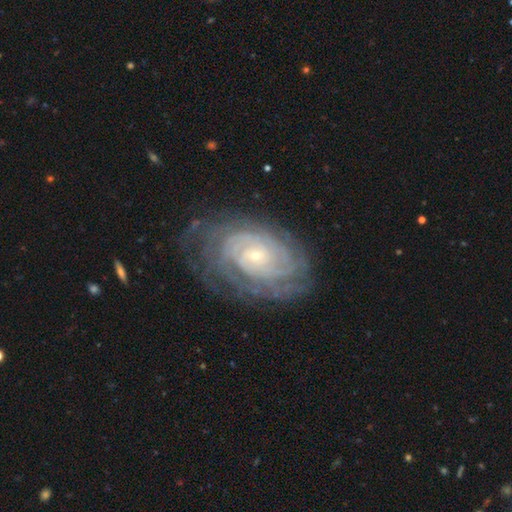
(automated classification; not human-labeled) Overall: featured or disk (88%). Edge-on disk: no (96%). Bar: no (71%). Spiral arms: yes (97%). Spiral arm count: can't tell (35%; 4 19%). Spiral winding: tight (82%). Bulge size: small (80%). Merging: none (75%).